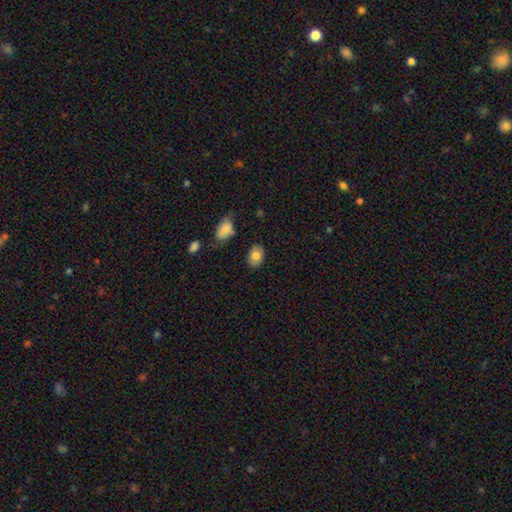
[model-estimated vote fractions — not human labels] Smooth or featured? smooth (82%)
How rounded? in between (80%)
Merging? none (82%)